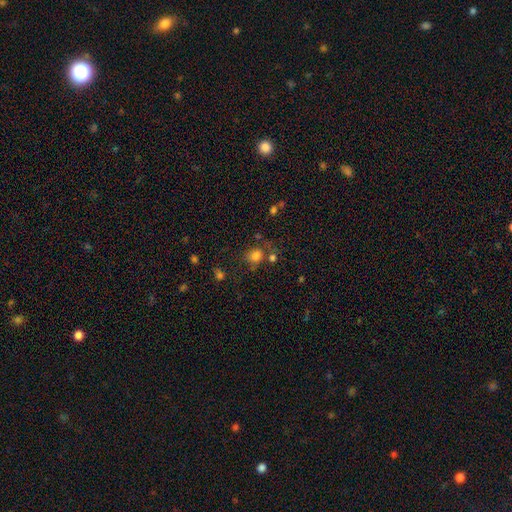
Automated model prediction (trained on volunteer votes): smooth 77%, star or artifact 15%, featured or disk 8%. Down the decision tree: how rounded — round (70%); merging — none (61%).